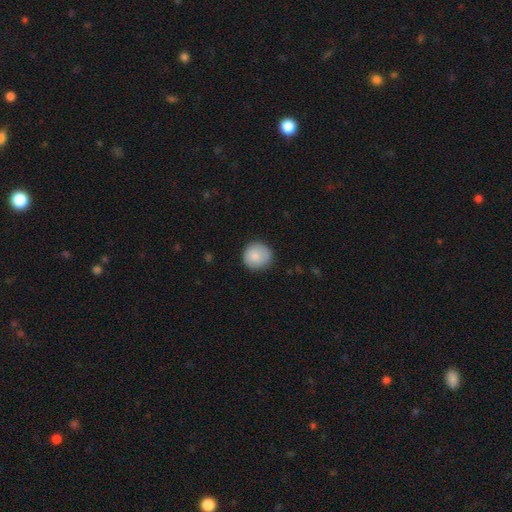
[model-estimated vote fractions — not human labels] Morphology: type=smooth (84%); roundness=round (91%); merging=none (84%).